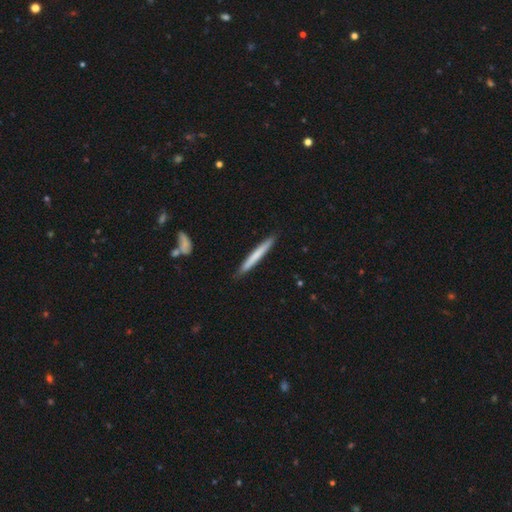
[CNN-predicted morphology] type=smooth (66%); roundness=cigar-shaped (97%); merging=none (88%).